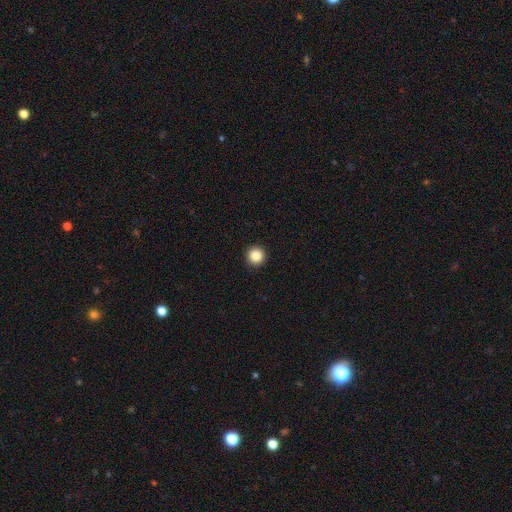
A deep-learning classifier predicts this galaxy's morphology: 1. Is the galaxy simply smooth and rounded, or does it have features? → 86% smooth, 10% star or artifact, 4% featured or disk.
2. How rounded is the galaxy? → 95% round, 4% in between, 1% cigar-shaped.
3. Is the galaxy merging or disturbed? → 93% none, 5% minor disturbance, 1% major disturbance, 1% merger.